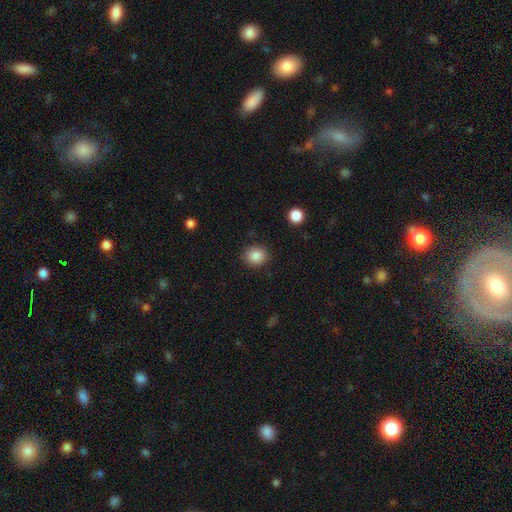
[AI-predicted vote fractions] Morphology: type=smooth (87%); roundness=round (77%); merging=none (88%).